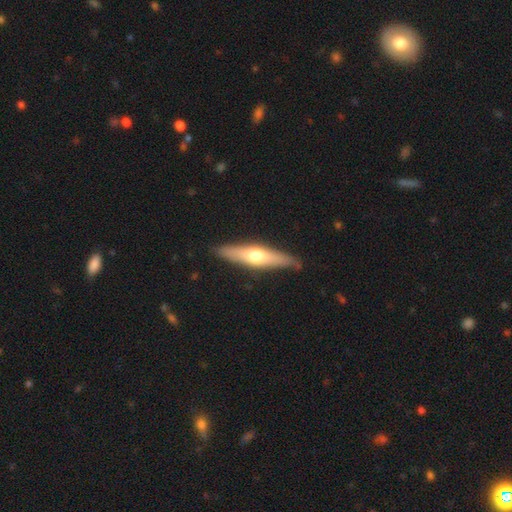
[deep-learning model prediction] Smooth or featured?
  - featured or disk: 48% *
  - smooth: 47%
  - star or artifact: 5%
Merging?
  - none: 85% *
  - minor disturbance: 11%
  - major disturbance: 2%
  - merger: 2%